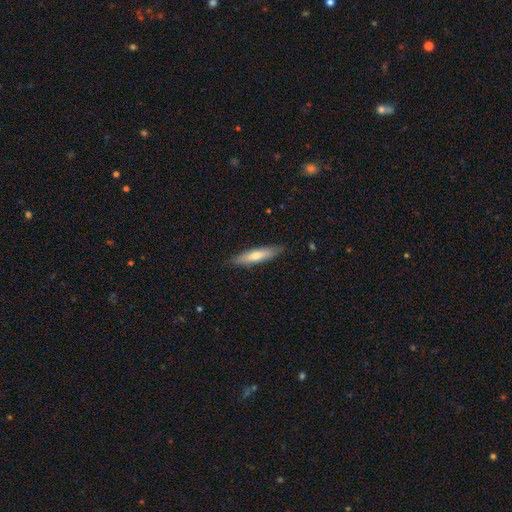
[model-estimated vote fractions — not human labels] This is possibly a smooth galaxy (59%). How rounded: likely cigar-shaped (78%). Merging: clearly none (85%).